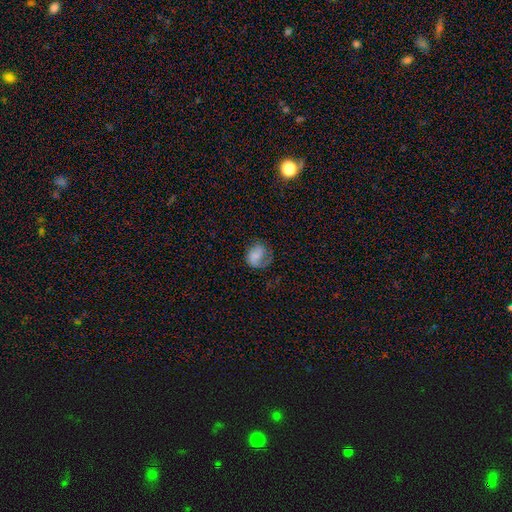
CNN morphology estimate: smooth_or_featured: smooth (p=0.57) [alt: featured or disk p=0.34]
how_rounded: round (p=0.58) [alt: in between p=0.41]
merging: none (p=0.44) [alt: major disturbance p=0.30]